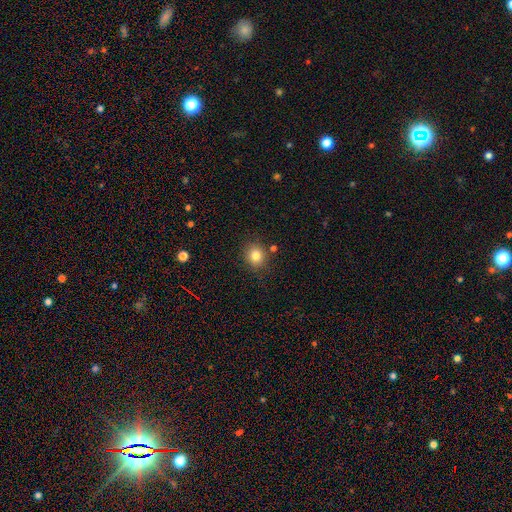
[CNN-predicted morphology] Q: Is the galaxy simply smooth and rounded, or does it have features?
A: smooth — 81%.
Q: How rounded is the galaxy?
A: round — 81%.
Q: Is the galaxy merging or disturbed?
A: none — 84%.